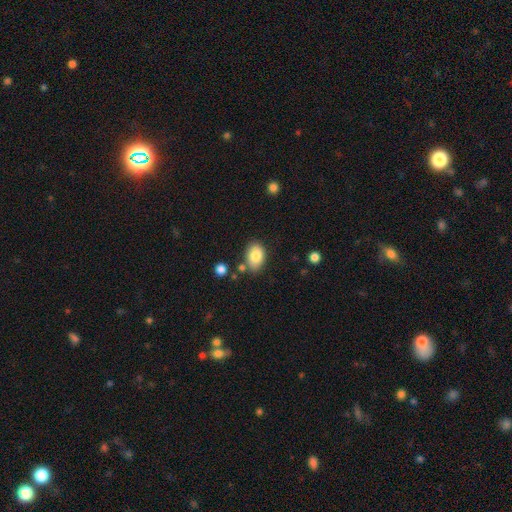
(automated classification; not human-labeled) Overall: smooth (84%). How rounded: in between (85%). Merging: none (74%).